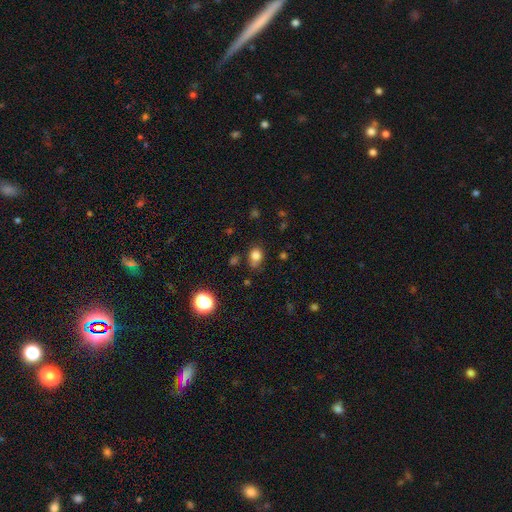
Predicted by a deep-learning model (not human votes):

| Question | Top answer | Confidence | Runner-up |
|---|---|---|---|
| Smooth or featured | smooth | 80% | star or artifact (14%) |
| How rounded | round | 56% | in between (43%) |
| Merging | none | 67% | minor disturbance (23%) |